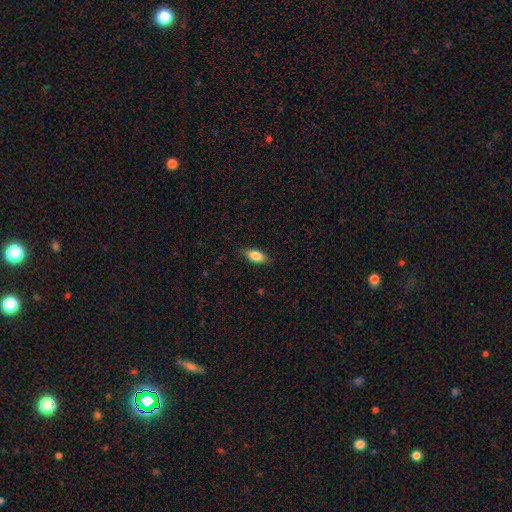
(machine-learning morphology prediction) The model was most divided on "how rounded": in between: 83%, cigar-shaped: 13%, round: 4%. More confident: merging — none (85%); smooth or featured — smooth (82%).